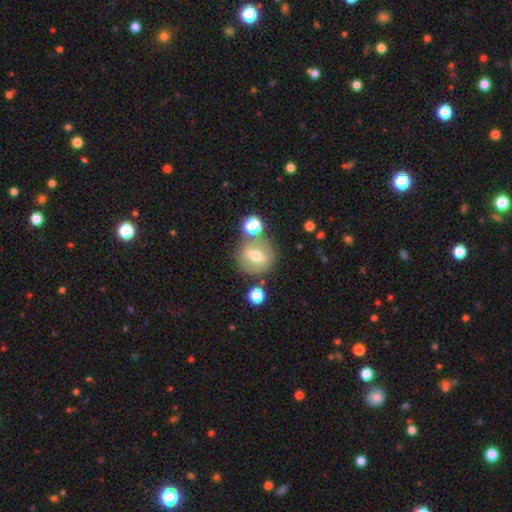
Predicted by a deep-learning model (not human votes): smooth 51%, featured or disk 37%, star or artifact 12%. Down the decision tree: how rounded — round (79%); merging — none (69%).